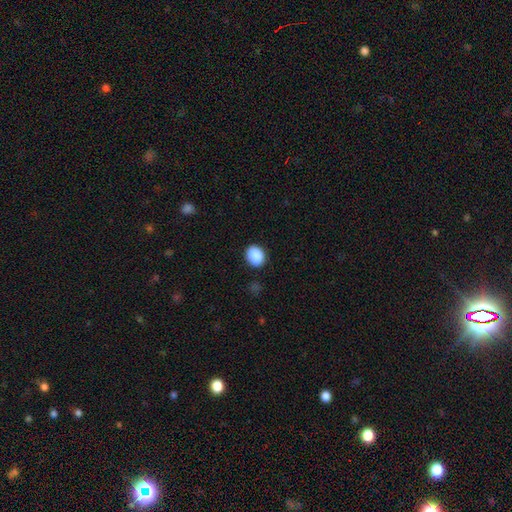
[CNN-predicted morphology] Smooth or featured? Predicted: smooth (p=0.89). How rounded? Predicted: round (p=0.57). Merging? Predicted: none (p=0.85).